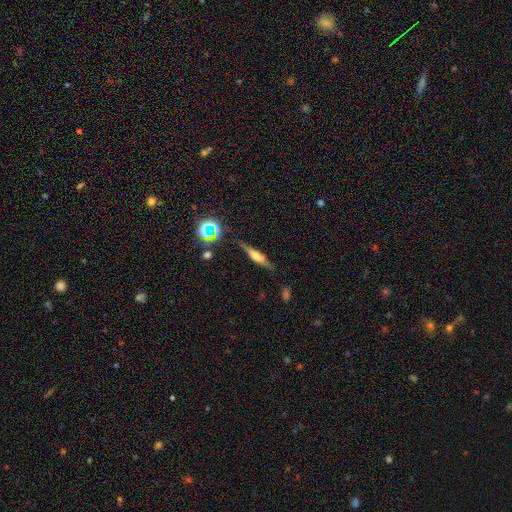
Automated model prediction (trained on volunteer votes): smooth_or_featured: featured or disk (p=0.48) [alt: smooth p=0.39]
merging: none (p=0.77) [alt: minor disturbance p=0.16]